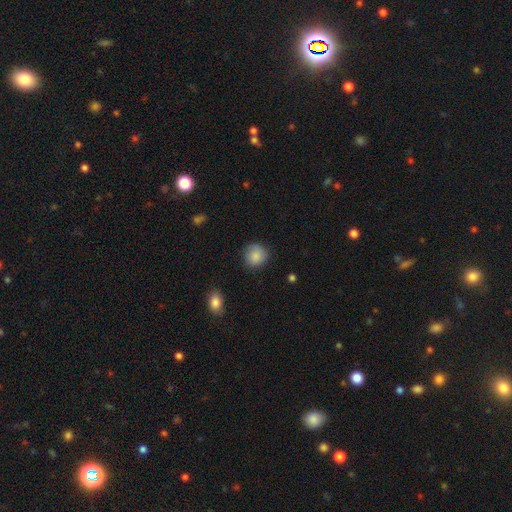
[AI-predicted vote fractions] Morphology: type=smooth (87%); roundness=round (88%); merging=none (83%).